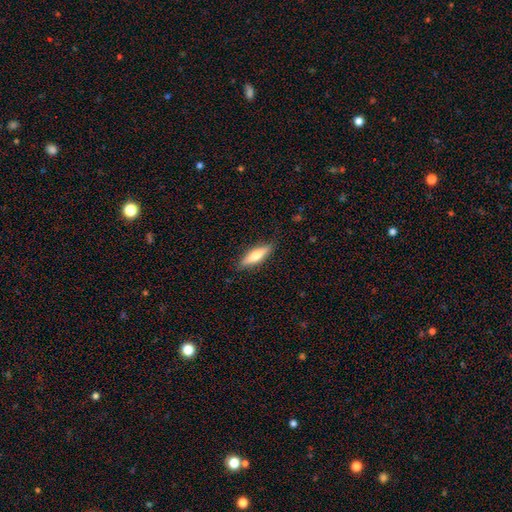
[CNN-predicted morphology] Smooth or featured? Predicted: smooth (p=0.59). How rounded? Predicted: cigar-shaped (p=0.65). Merging? Predicted: none (p=0.87).